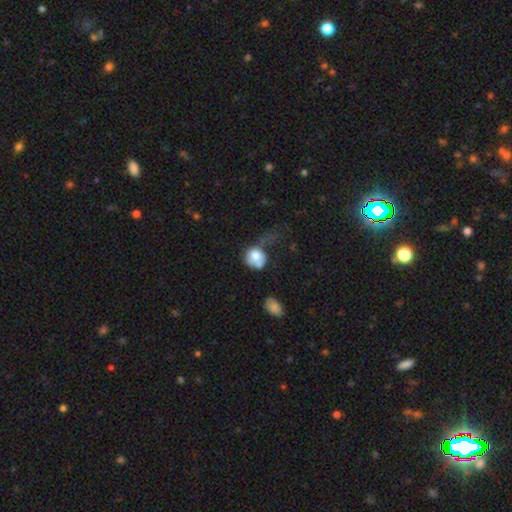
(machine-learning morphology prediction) Q: Smooth or featured?
A: smooth (70%); runner-up: featured or disk (22%)
Q: How rounded?
A: round (72%); runner-up: in between (27%)
Q: Merging?
A: major disturbance (43%); runner-up: minor disturbance (20%)